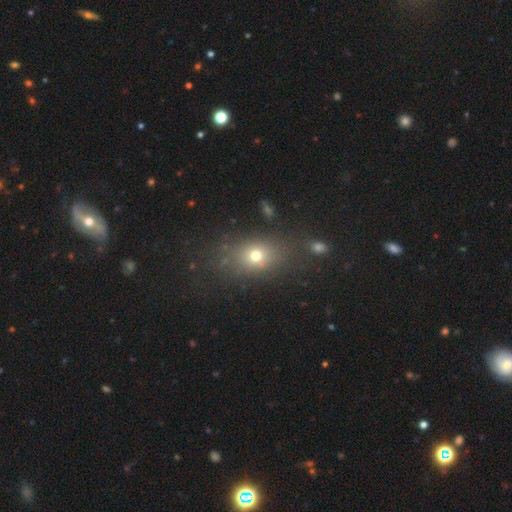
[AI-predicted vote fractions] Morphology: type=smooth (70%); roundness=in between (60%); merging=none (73%).